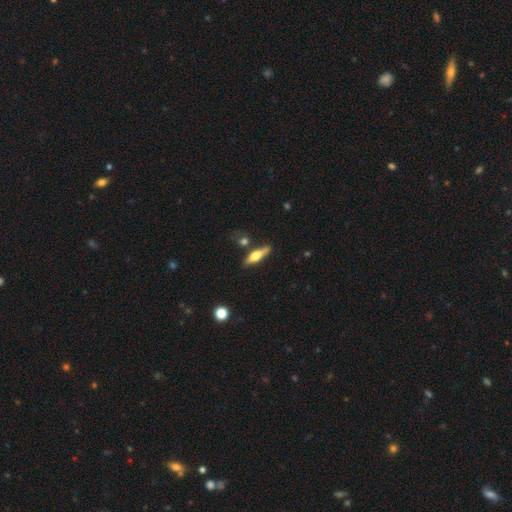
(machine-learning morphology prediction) Smooth or featured? Predicted: smooth (p=0.52). How rounded? Predicted: cigar-shaped (p=0.63). Merging? Predicted: none (p=0.69).